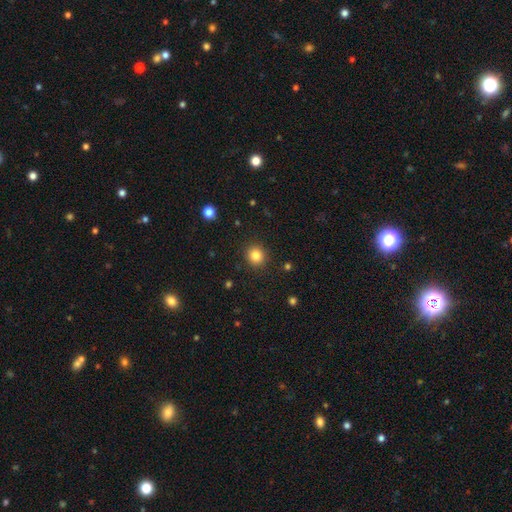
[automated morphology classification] This appears to be a smooth galaxy with no disk features (83%) that is round (88%). Merging: none (90%).